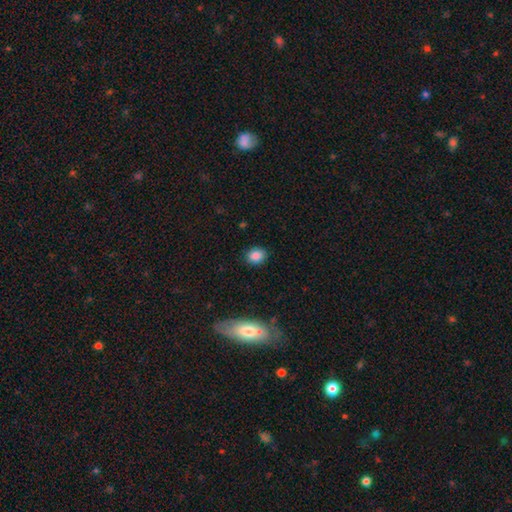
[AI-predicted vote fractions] This is clearly a smooth galaxy (86%). How rounded: possibly round (53%). Merging: clearly none (87%).